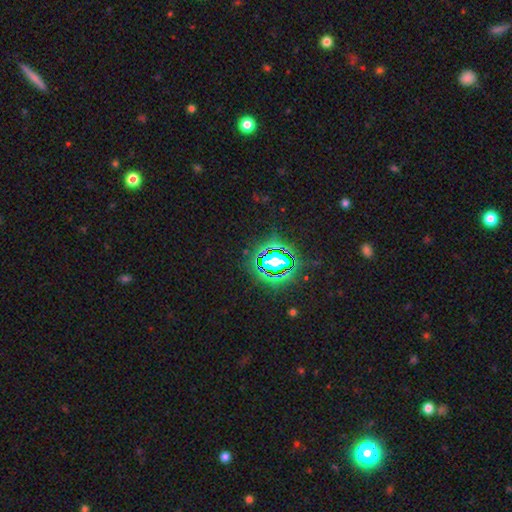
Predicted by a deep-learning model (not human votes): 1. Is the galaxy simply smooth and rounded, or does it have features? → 81% star or artifact, 12% smooth, 7% featured or disk.